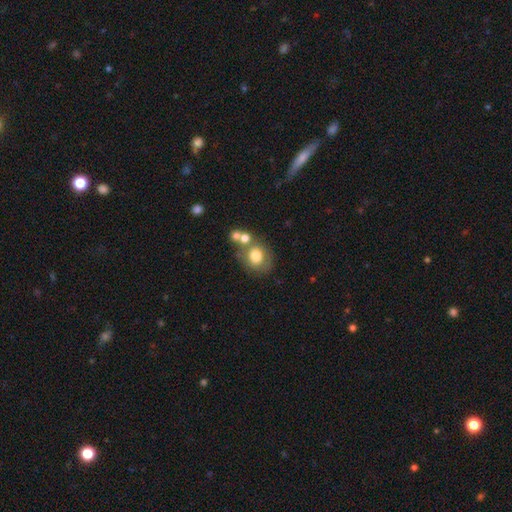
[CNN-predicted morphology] smooth_or_featured: smooth (p=0.69) [alt: featured or disk p=0.20]
how_rounded: round (p=0.64) [alt: in between p=0.35]
merging: none (p=0.50) [alt: merger p=0.30]